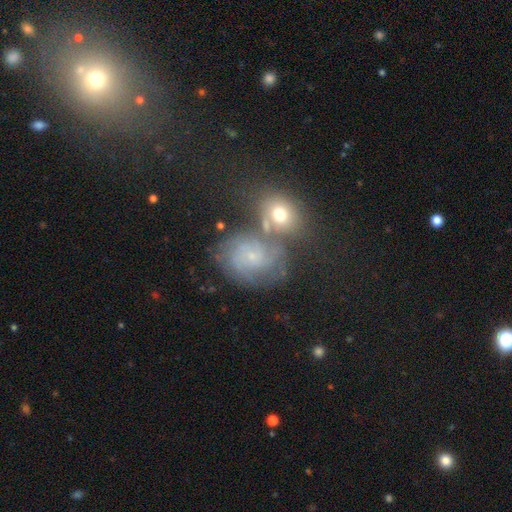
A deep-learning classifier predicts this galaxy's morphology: type=featured or disk (69%); edge-on=no (98%); bar=no (72%); spiral arms=yes (91%); winding=tight (57%); arm count=can't tell (31%); bulge=small (82%); merging=none (51%).